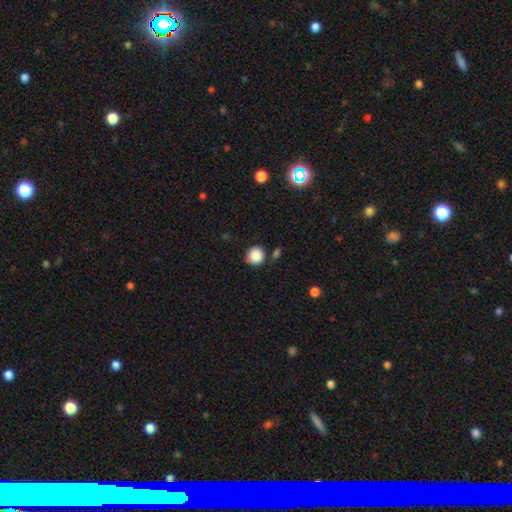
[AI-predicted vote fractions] Overall: smooth (87%). How rounded: round (93%). Merging: none (81%).